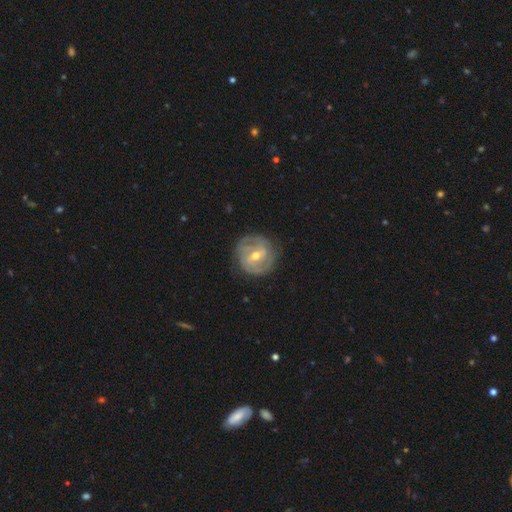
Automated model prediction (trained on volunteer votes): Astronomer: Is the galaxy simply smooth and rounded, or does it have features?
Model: featured or disk — 85%.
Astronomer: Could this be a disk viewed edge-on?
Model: no — 97%.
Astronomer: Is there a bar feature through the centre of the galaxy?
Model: weak — 52%.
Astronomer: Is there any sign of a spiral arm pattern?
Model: yes — 94%.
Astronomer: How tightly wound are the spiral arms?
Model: tight — 66%.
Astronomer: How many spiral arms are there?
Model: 2 — 39% (runner-up: 3, 26%).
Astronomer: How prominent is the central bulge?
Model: moderate — 65%.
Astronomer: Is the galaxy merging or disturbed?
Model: none — 80%.